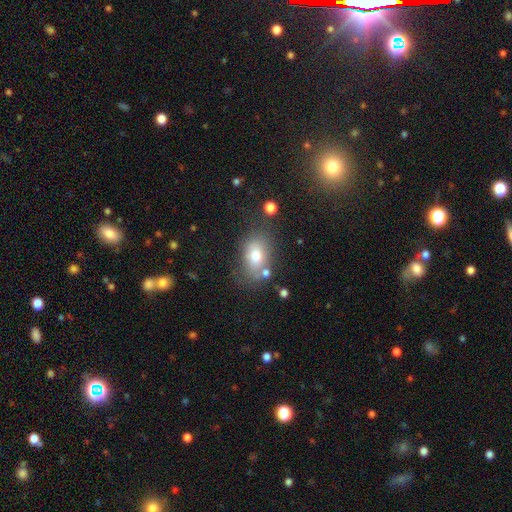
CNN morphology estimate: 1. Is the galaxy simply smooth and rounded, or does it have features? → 71% smooth, 17% featured or disk, 11% star or artifact.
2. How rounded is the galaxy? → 78% in between, 20% round, 2% cigar-shaped.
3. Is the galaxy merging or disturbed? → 64% none, 19% minor disturbance, 9% merger, 8% major disturbance.